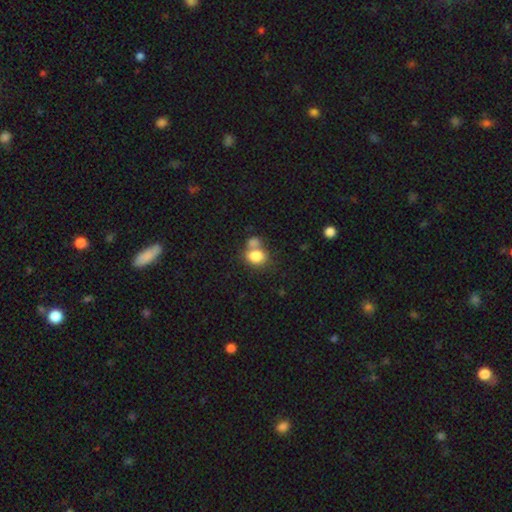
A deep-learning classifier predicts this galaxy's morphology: A smooth galaxy with no disk features (81%) that is in between round and cigar-shaped (56%).

Vote fractions:
- Smooth or featured? smooth: 81% / star or artifact: 9% / featured or disk: 9%
- How rounded? in between: 56% / round: 43% / cigar-shaped: 1%
- Merging? merger: 48% / none: 36% / minor disturbance: 11% / major disturbance: 5%